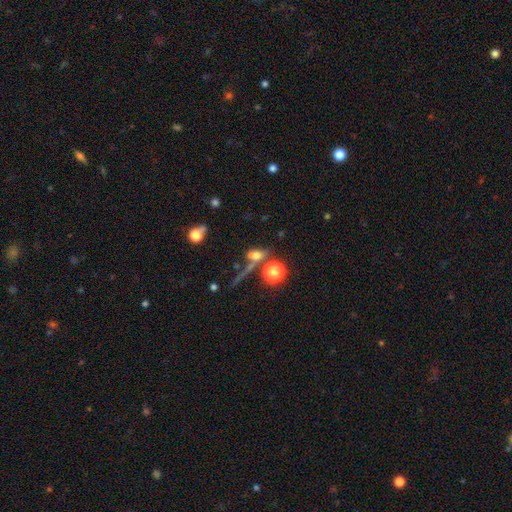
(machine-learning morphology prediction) Smooth or featured? smooth (61%)
How rounded? in between (51%)
Merging? none (52%)